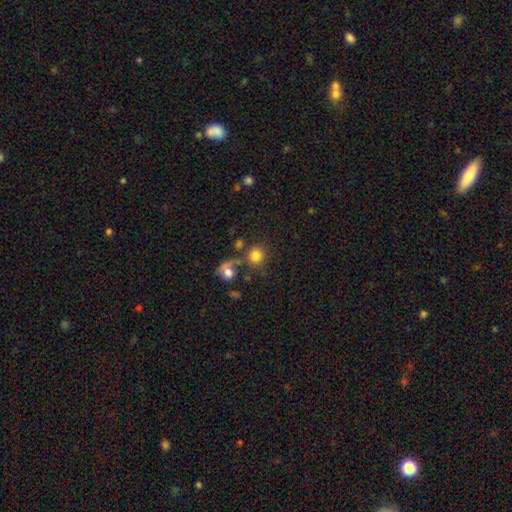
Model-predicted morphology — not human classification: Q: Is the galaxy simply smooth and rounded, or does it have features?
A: smooth — 80%.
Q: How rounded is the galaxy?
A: round — 89%.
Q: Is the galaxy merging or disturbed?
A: none — 61%.